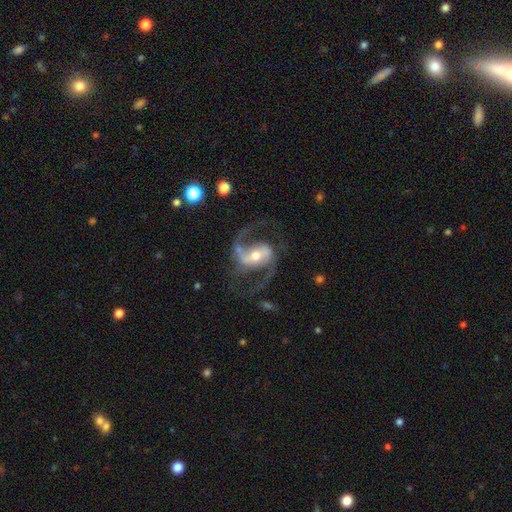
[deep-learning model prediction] A featured or disk galaxy (91%) with a strong bar (43%), 2 (93%) medium (58%) spiral arms (98%) and a moderate central bulge (57%). Merging: none (74%).